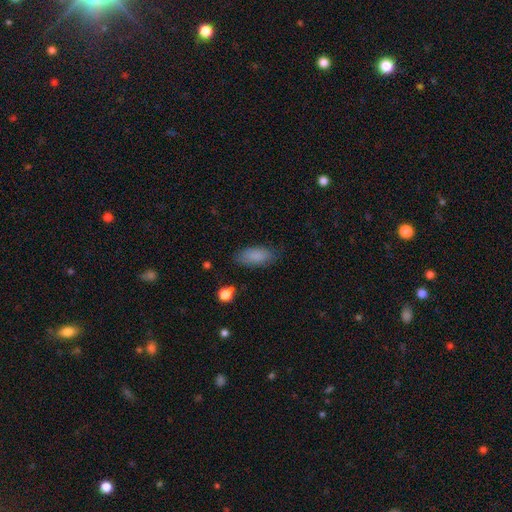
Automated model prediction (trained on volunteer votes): This appears to be a smooth galaxy with no disk features (86%) that is in between round and cigar-shaped (88%). Merging: none (80%).